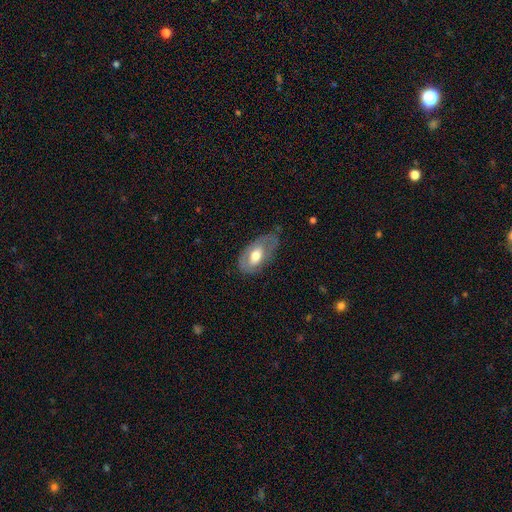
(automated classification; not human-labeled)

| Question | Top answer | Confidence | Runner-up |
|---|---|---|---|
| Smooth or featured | featured or disk | 48% | smooth (46%) |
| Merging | none | 52% | minor disturbance (32%) |